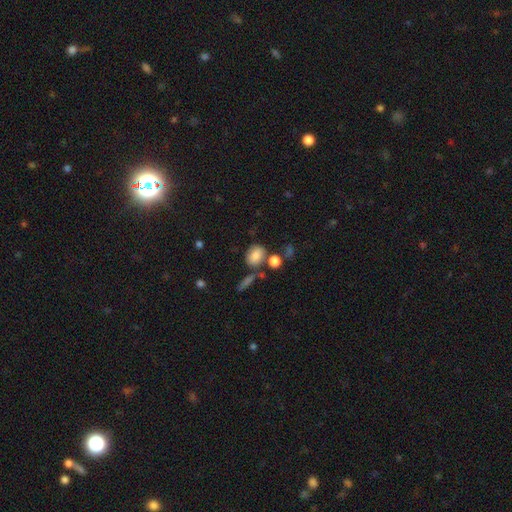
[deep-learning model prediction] This is clearly a smooth galaxy (81%). How rounded: possibly in between (60%). Merging: likely none (63%).